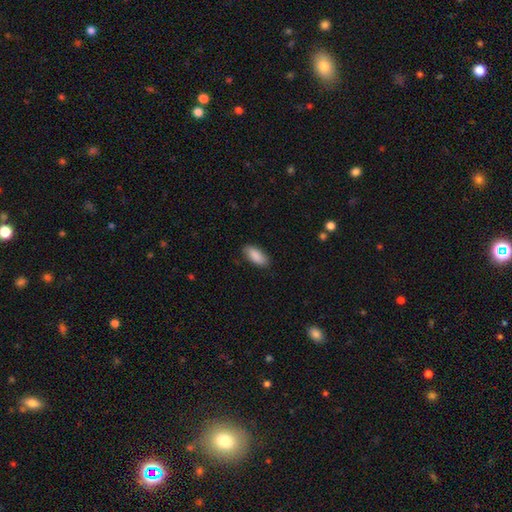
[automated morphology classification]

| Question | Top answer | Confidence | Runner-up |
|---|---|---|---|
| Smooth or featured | smooth | 90% | star or artifact (6%) |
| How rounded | in between | 88% | cigar-shaped (10%) |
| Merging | none | 87% | minor disturbance (10%) |